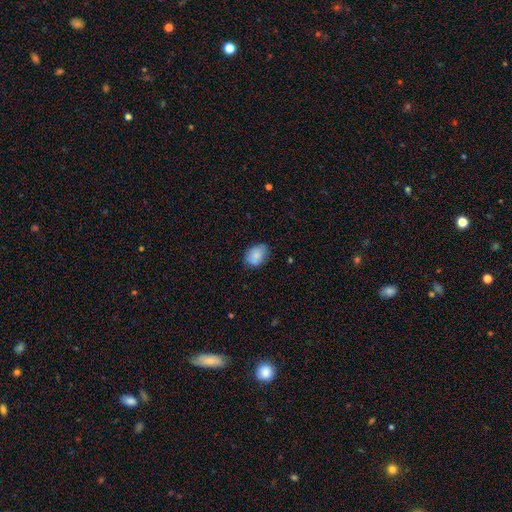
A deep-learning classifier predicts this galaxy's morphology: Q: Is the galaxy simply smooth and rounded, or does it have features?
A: smooth — 86%.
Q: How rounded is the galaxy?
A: in between — 79%.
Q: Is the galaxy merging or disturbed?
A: none — 75%.